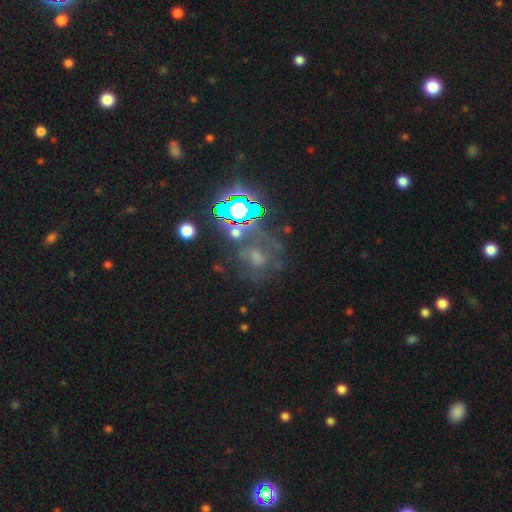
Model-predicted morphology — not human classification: smooth_or_featured: star or artifact (p=0.36) [alt: smooth p=0.34]